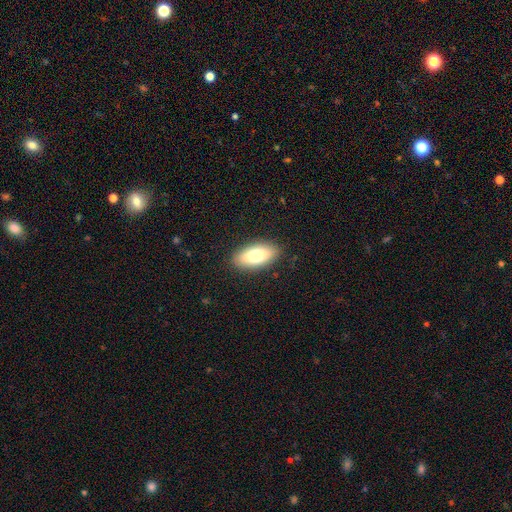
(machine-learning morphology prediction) Smooth or featured? Predicted: smooth (p=0.77). How rounded? Predicted: in between (p=0.90). Merging? Predicted: none (p=0.88).